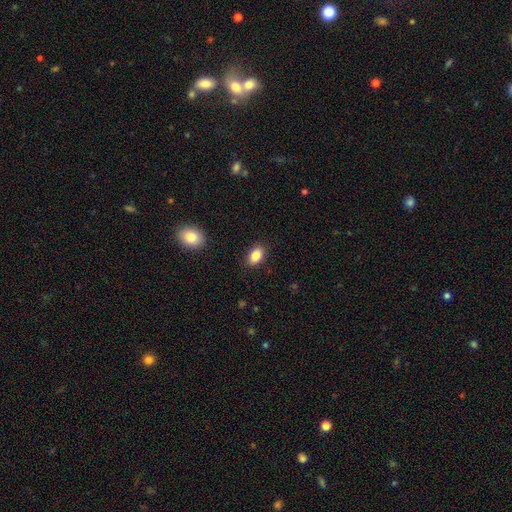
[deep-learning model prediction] smooth-or-featured: smooth: 86% | star or artifact: 8% | featured or disk: 6%
  how-rounded: in between: 87% | round: 11% | cigar-shaped: 2%
  merging: none: 87% | minor disturbance: 9% | major disturbance: 2% | merger: 1%